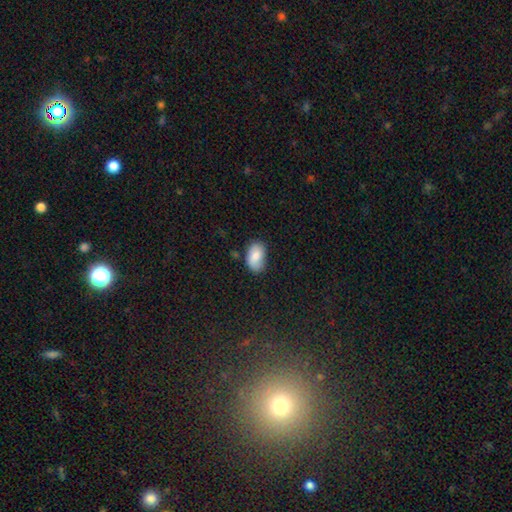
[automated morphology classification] Smooth or featured? Predicted: smooth (p=0.83). How rounded? Predicted: in between (p=0.92). Merging? Predicted: none (p=0.68).